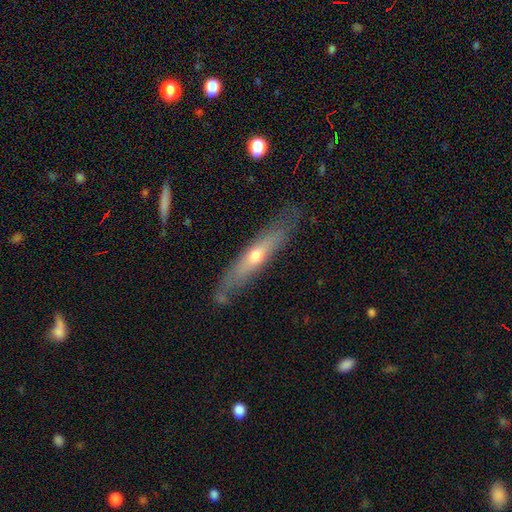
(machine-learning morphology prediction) This is likely a featured or disk galaxy (61%). It is likely viewed edge-on (78%). Merging: clearly none (80%).